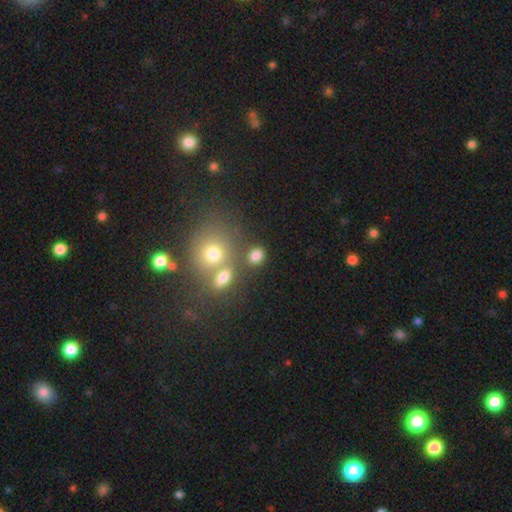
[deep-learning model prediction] Smooth or featured? smooth (79%)
How rounded? round (61%)
Merging? none (65%)